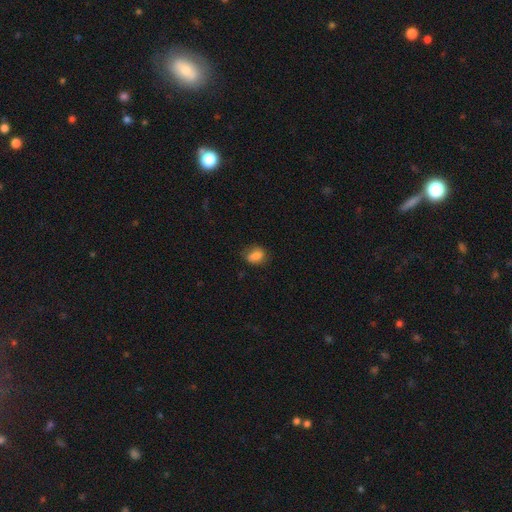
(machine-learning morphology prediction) A smooth galaxy with no disk features (83%) that is in between round and cigar-shaped (68%). Merging: none (72%).